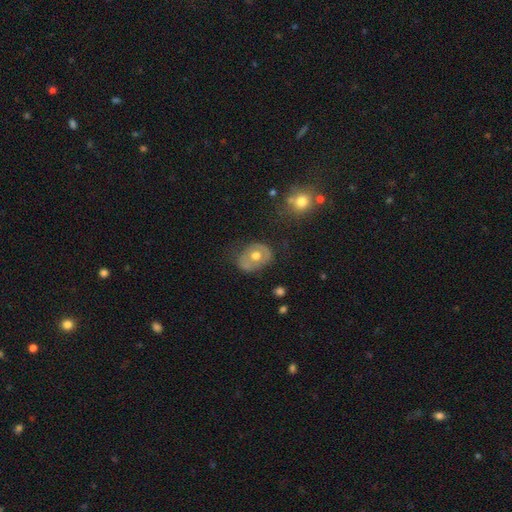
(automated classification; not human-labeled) featured or disk 47%, smooth 46%, star or artifact 8%. Down the decision tree: merging — none (64%).